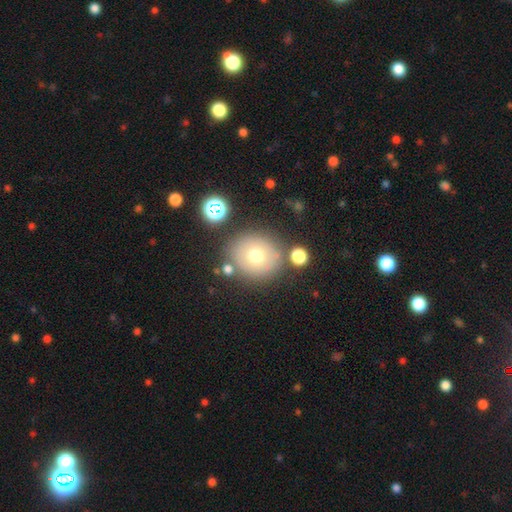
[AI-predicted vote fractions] This appears to be a smooth galaxy with no disk features (66%) that is round (86%). Merging: none (78%).